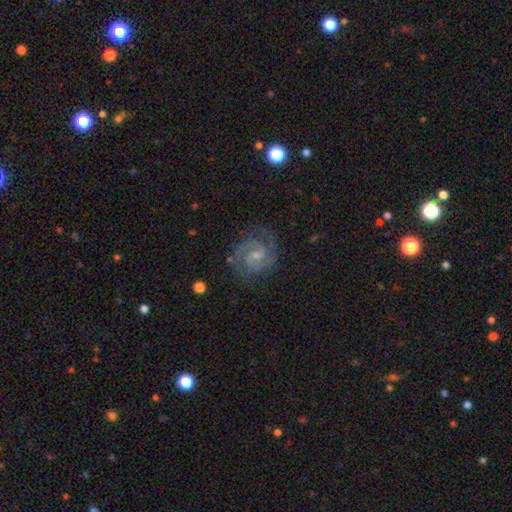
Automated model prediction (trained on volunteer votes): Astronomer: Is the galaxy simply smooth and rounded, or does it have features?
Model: featured or disk — 90%.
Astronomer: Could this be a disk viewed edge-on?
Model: no — 98%.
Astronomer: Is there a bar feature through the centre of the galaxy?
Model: weak — 54% (runner-up: no, 35%).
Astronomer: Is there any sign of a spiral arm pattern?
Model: yes — 98%.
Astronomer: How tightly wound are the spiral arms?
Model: medium — 48% (runner-up: tight, 44%).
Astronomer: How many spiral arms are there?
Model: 2 — 88%.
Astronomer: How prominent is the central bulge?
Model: small — 60%.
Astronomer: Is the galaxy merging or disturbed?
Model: none — 78%.